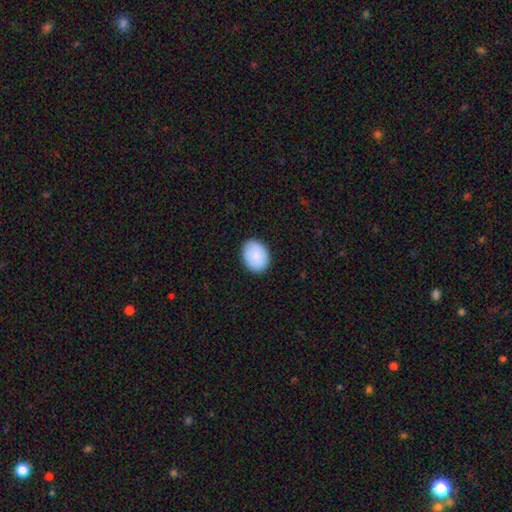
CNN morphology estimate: Smooth or featured? smooth (87%)
How rounded? in between (66%)
Merging? none (88%)